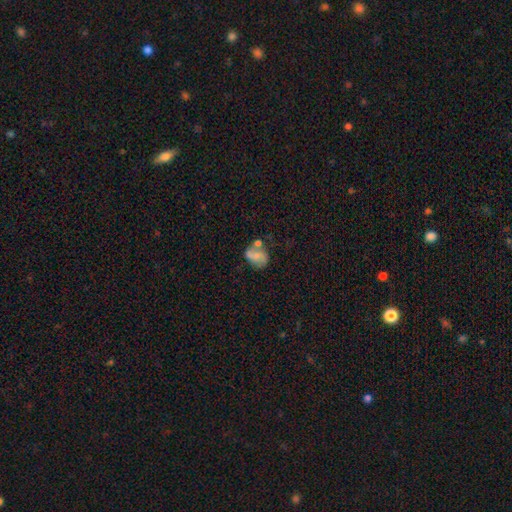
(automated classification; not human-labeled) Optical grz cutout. It shows a featured or disk galaxy (52%) with no bar (51%), spiral arms (80%) and no central bulge (50%). Merging: none (41%).